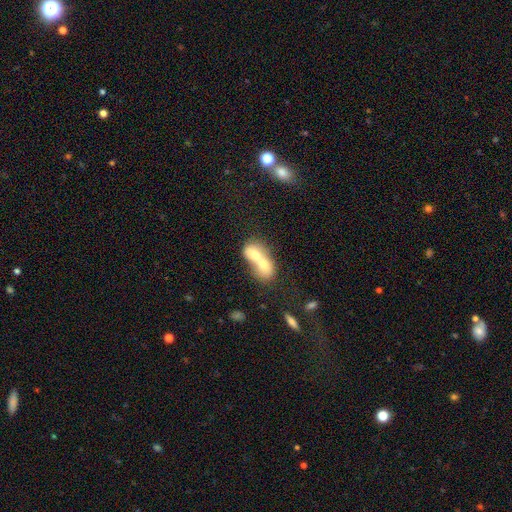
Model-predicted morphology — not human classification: smooth_or_featured: smooth (p=0.62) [alt: featured or disk p=0.29]
how_rounded: in between (p=0.67) [alt: round p=0.28]
merging: merger (p=0.79) [alt: none p=0.12]